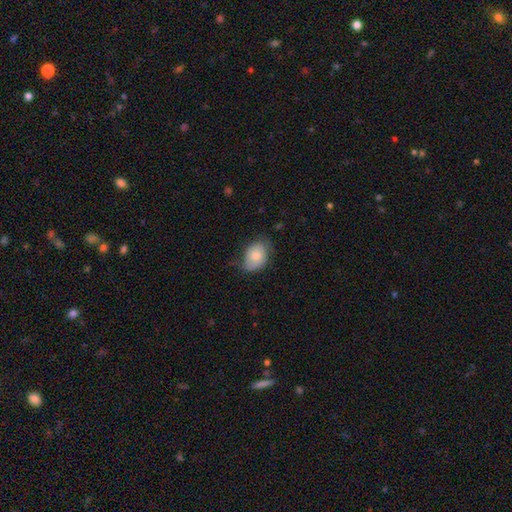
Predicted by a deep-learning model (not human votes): Smooth or featured? smooth (74%)
How rounded? in between (72%)
Merging? none (53%)